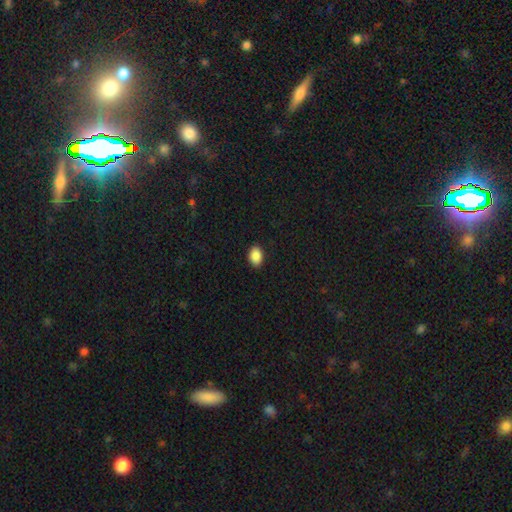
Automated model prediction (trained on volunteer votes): Smooth or featured: smooth — 89% (star or artifact — 8%)
How rounded: in between — 86% (round — 13%)
Merging: none — 90% (minor disturbance — 7%)